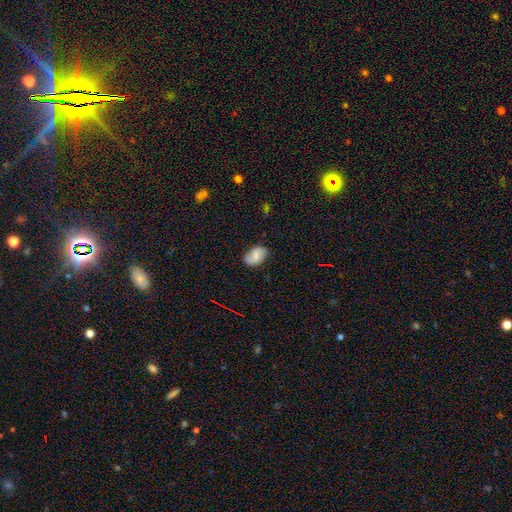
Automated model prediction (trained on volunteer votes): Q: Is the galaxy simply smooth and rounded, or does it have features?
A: smooth — 60%.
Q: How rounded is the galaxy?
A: in between — 89%.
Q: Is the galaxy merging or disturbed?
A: none — 76%.